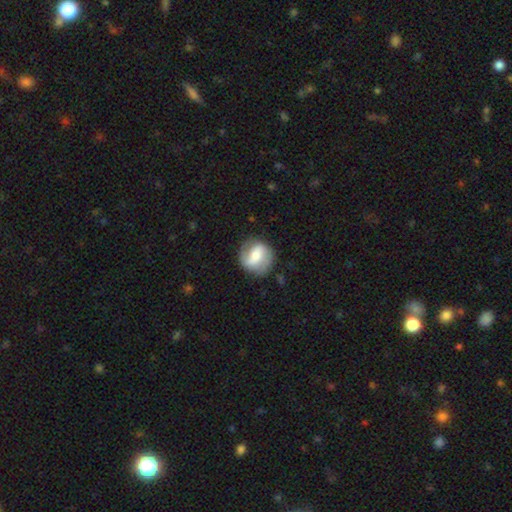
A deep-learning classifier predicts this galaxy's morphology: This is possibly a featured or disk galaxy (55%). It is clearly not viewed edge-on (96%). Bar: marginally weak (39%). Spiral arm pattern: likely yes (75%). Central bulge: possibly moderate (54%). Merging: likely none (76%).